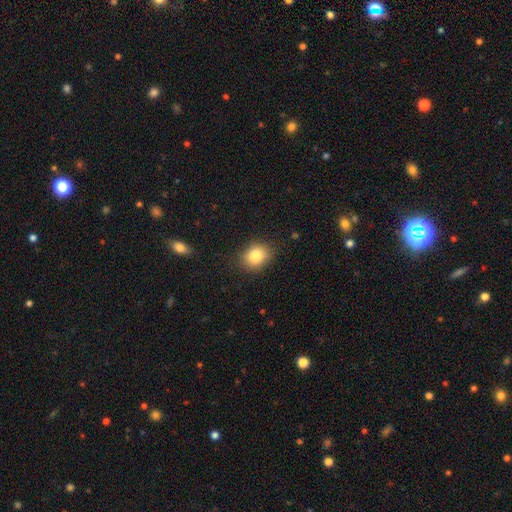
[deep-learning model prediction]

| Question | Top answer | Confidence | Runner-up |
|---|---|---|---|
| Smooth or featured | smooth | 82% | star or artifact (10%) |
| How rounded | round | 51% | in between (48%) |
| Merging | none | 84% | minor disturbance (12%) |